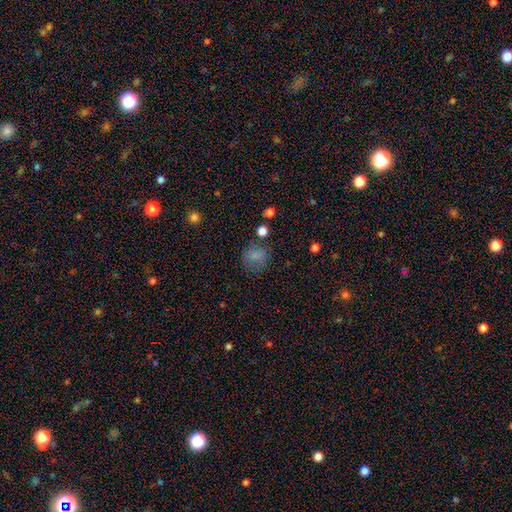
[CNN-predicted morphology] smooth_or_featured: smooth (p=0.77) [alt: star or artifact p=0.14]
how_rounded: round (p=0.79) [alt: in between p=0.20]
merging: none (p=0.69) [alt: minor disturbance p=0.19]